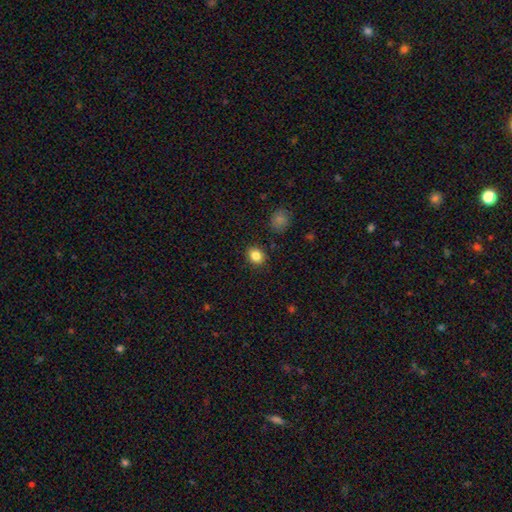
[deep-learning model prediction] Smooth or featured? smooth (84%)
How rounded? round (64%)
Merging? none (88%)